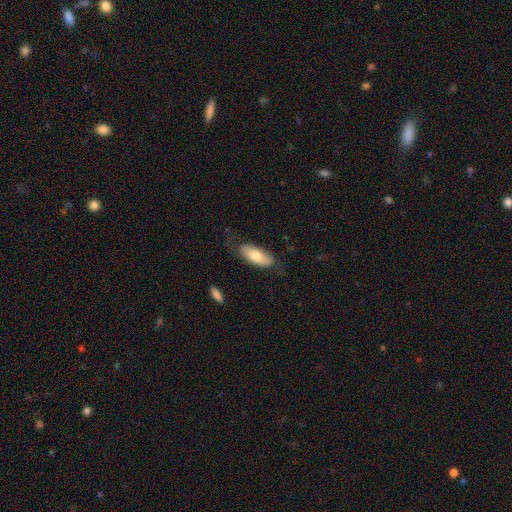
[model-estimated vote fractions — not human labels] smooth-or-featured: smooth: 73% | featured or disk: 21% | star or artifact: 6%
  how-rounded: in between: 80% | cigar-shaped: 18% | round: 2%
  merging: none: 69% | minor disturbance: 22% | major disturbance: 8% | merger: 2%